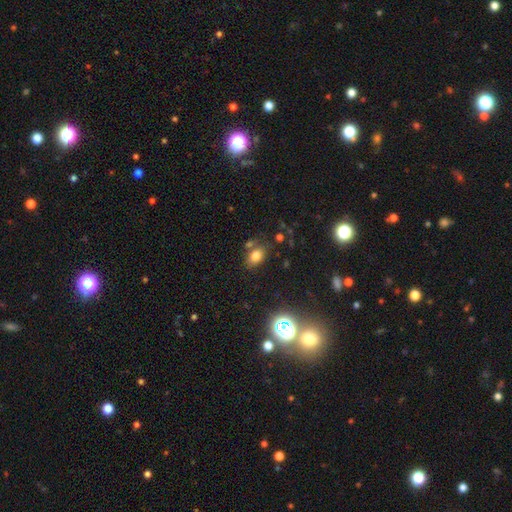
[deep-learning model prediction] A smooth galaxy with no disk features (77%) that is in between round and cigar-shaped (80%). Merging: none (69%).